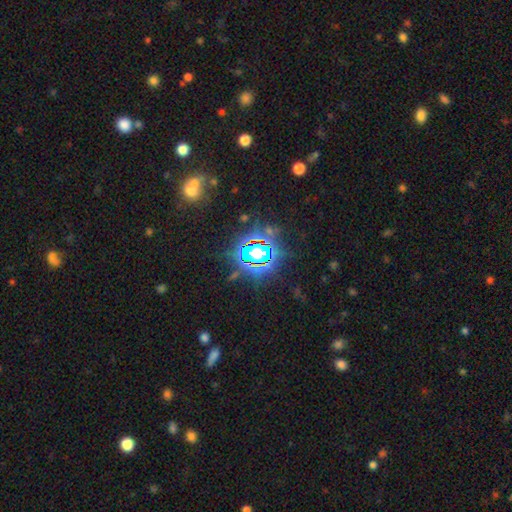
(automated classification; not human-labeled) This appears to be a star or artifact, not a galaxy (80%).